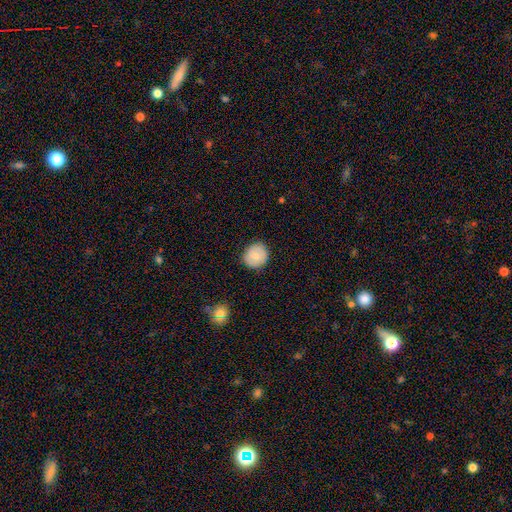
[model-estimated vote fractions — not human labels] Morphology: type=smooth (76%); roundness=round (86%); merging=none (87%).